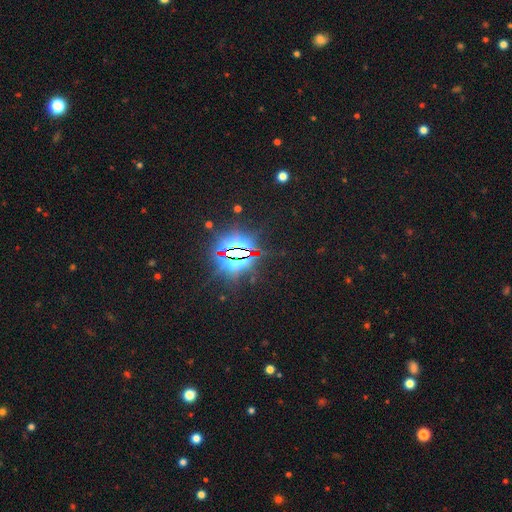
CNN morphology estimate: This is clearly a star or artifact rather than a galaxy (85%).